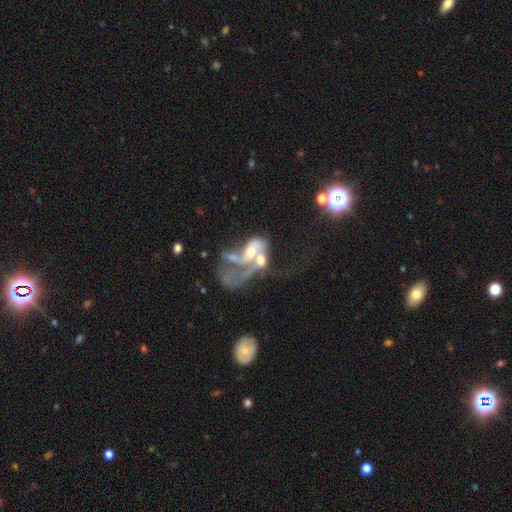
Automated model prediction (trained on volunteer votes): Smooth or featured: featured or disk — 70% (smooth — 20%)
Edge-on disk: no — 96% (yes — 4%)
Bar: no — 65% (weak — 26%)
Spiral arms: yes — 64% (no — 36%)
Bulge size: moderate — 58% (small — 22%)
Merging: merger — 57% (major disturbance — 27%)